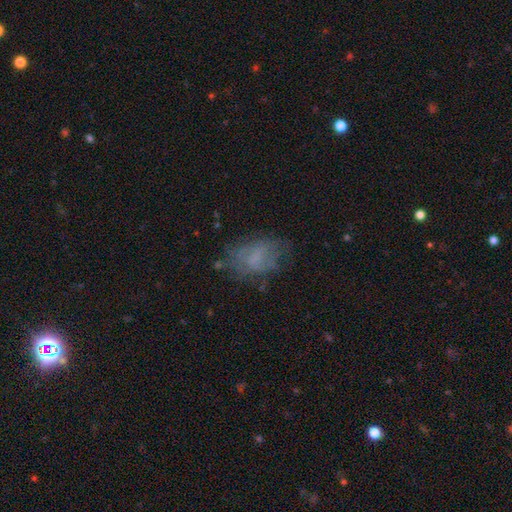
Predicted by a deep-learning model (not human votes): smooth-or-featured: smooth: 54% | featured or disk: 31% | star or artifact: 15%
  how-rounded: in between: 85% | round: 13% | cigar-shaped: 2%
  merging: none: 59% | minor disturbance: 23% | major disturbance: 16% | merger: 2%